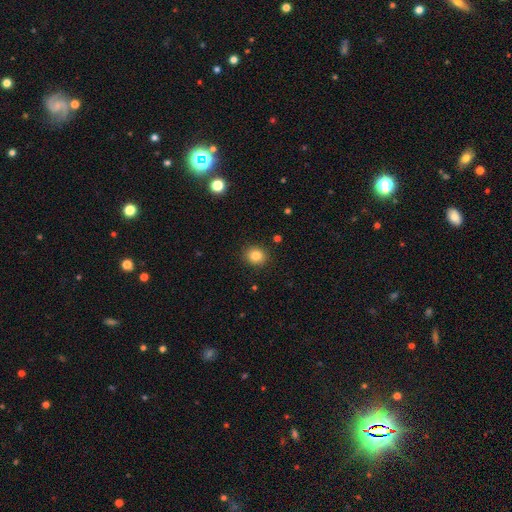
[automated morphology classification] smooth-or-featured: smooth: 83% | star or artifact: 11% | featured or disk: 6%
  how-rounded: round: 77% | in between: 22% | cigar-shaped: 1%
  merging: none: 90% | minor disturbance: 7% | major disturbance: 2% | merger: 1%